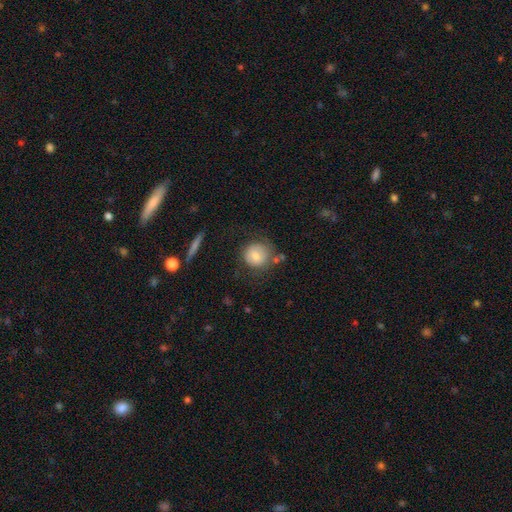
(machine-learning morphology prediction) A smooth galaxy with no disk features (78%) that is round (89%).

Vote fractions:
- Smooth or featured? smooth: 78% / featured or disk: 14% / star or artifact: 8%
- How rounded? round: 89% / in between: 10% / cigar-shaped: 1%
- Merging? none: 66% / minor disturbance: 20% / major disturbance: 9% / merger: 5%